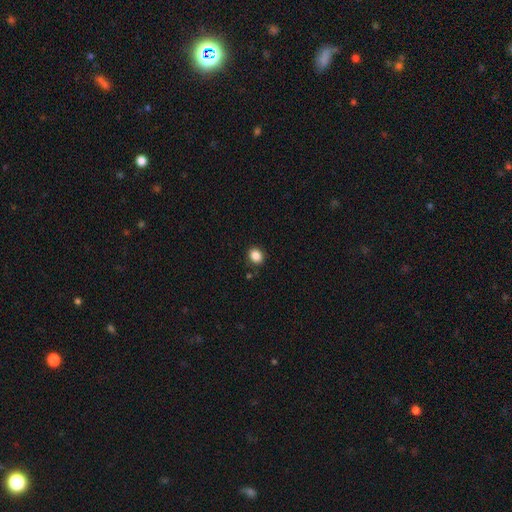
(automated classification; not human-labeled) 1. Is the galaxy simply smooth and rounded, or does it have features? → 86% smooth, 10% star or artifact, 4% featured or disk.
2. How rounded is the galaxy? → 66% round, 33% in between, 1% cigar-shaped.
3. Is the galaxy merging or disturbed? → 88% none, 8% minor disturbance, 2% major disturbance, 2% merger.